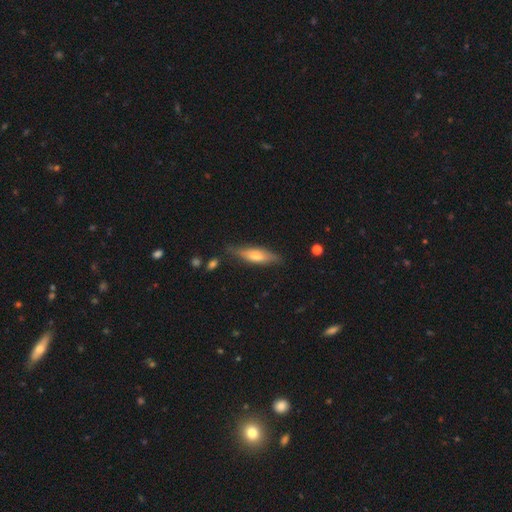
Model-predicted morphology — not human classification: smooth_or_featured: smooth (p=0.49) [alt: featured or disk p=0.44]
merging: none (p=0.77) [alt: minor disturbance p=0.17]